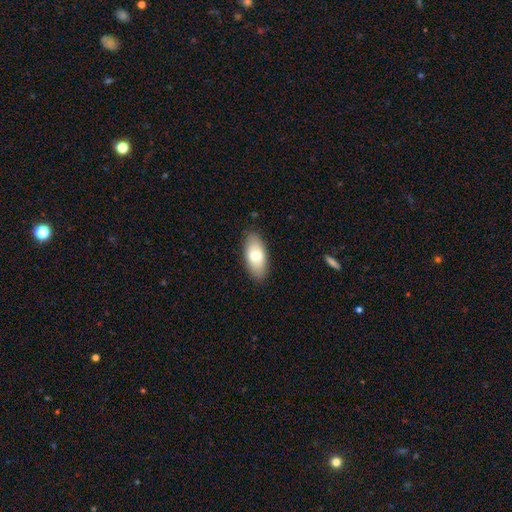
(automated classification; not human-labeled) smooth 74%, featured or disk 20%, star or artifact 6%. Down the decision tree: how rounded — in between (90%); merging — none (86%).